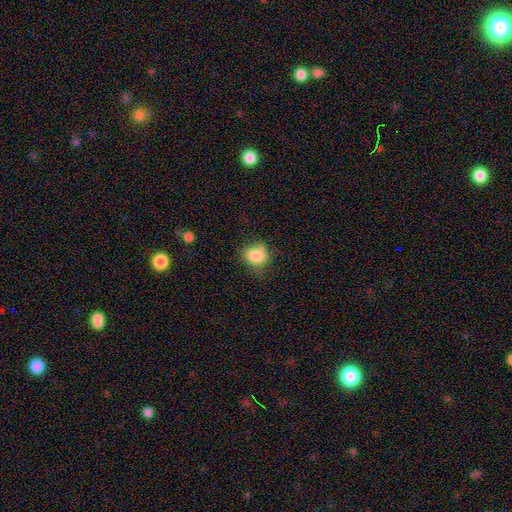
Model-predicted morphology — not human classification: Q: Smooth or featured?
A: smooth (84%); runner-up: star or artifact (9%)
Q: How rounded?
A: round (67%); runner-up: in between (32%)
Q: Merging?
A: none (59%); runner-up: minor disturbance (29%)